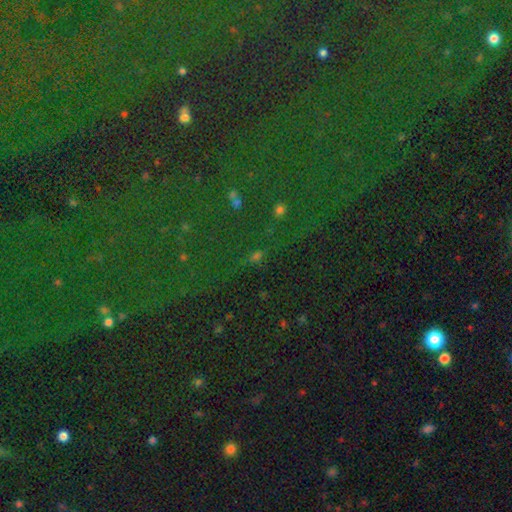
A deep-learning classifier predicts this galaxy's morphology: Smooth or featured?
  - star or artifact: 69% *
  - smooth: 20%
  - featured or disk: 11%